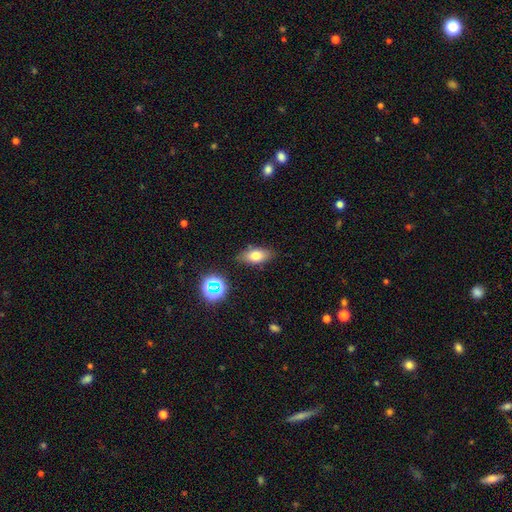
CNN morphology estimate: The model was most divided on "smooth or featured": smooth: 73%, featured or disk: 15%, star or artifact: 12%. More confident: how rounded — in between (84%); merging — none (83%).